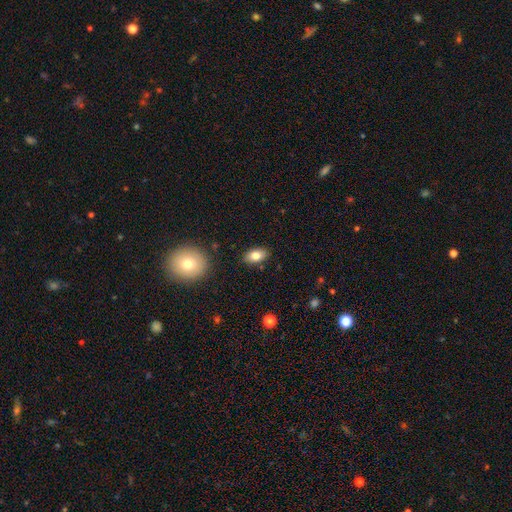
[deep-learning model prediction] smooth_or_featured: smooth (p=0.80) [alt: featured or disk p=0.12]
how_rounded: in between (p=0.89) [alt: round p=0.07]
merging: none (p=0.86) [alt: minor disturbance p=0.10]